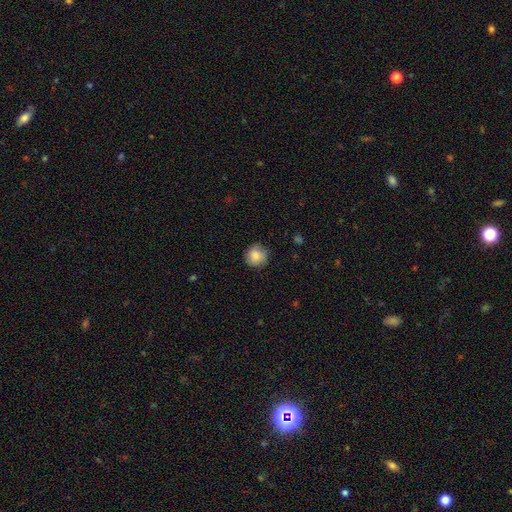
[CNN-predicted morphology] Q: Smooth or featured?
A: smooth (85%); runner-up: star or artifact (8%)
Q: How rounded?
A: round (90%); runner-up: in between (9%)
Q: Merging?
A: none (80%); runner-up: minor disturbance (16%)